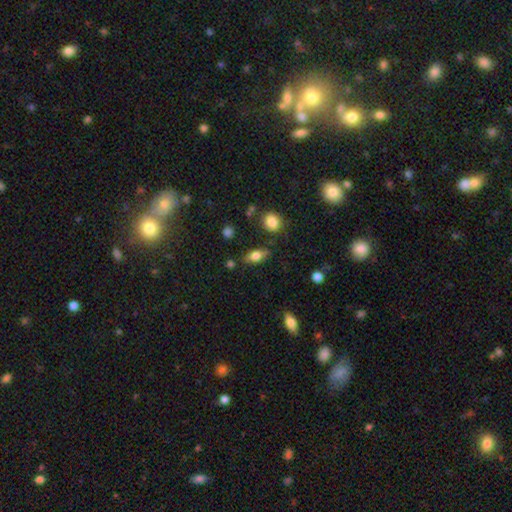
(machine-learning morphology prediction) Overall: smooth (68%). How rounded: in between (78%). Merging: none (79%).